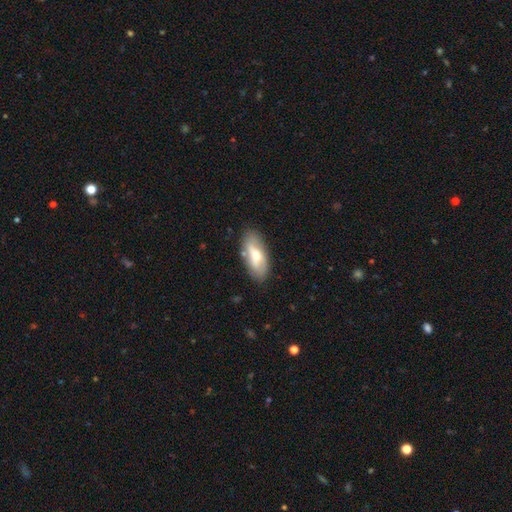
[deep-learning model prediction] A smooth galaxy with no disk features (55%) that is in between round and cigar-shaped (83%).

Vote fractions:
- Smooth or featured? smooth: 55% / featured or disk: 39% / star or artifact: 6%
- How rounded? in between: 83% / cigar-shaped: 14% / round: 3%
- Merging? none: 78% / minor disturbance: 15% / major disturbance: 4% / merger: 3%